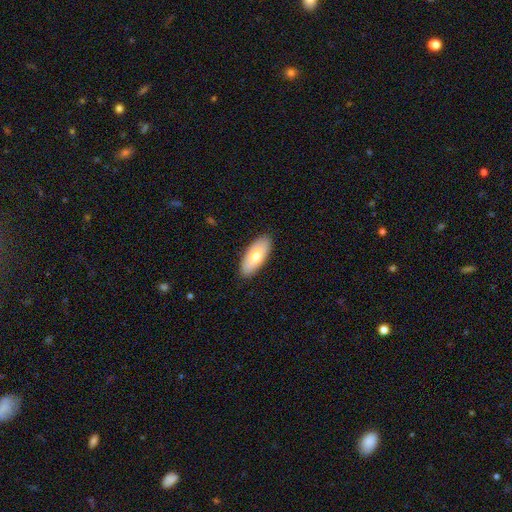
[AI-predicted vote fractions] A smooth galaxy with no disk features (73%) that is in between round and cigar-shaped (84%).

Vote fractions:
- Smooth or featured? smooth: 73% / featured or disk: 22% / star or artifact: 5%
- How rounded? in between: 84% / cigar-shaped: 14% / round: 2%
- Merging? none: 88% / minor disturbance: 9% / major disturbance: 2% / merger: 1%